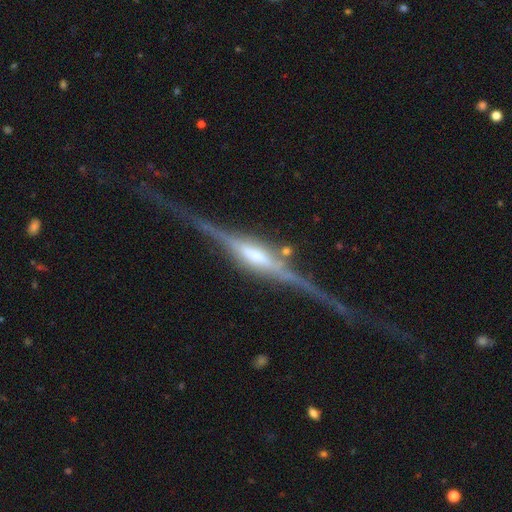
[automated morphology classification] A featured or disk galaxy (89%) viewed edge-on (98%) with a rounded central bulge (60%).

Vote fractions:
- Smooth or featured? featured or disk: 89% / smooth: 6% / star or artifact: 5%
- Edge-on disk? yes: 98% / no: 2%
- Edge-on bulge? rounded: 60% / boxy: 32% / none: 8%
- Merging? none: 77% / minor disturbance: 15% / major disturbance: 4% / merger: 3%